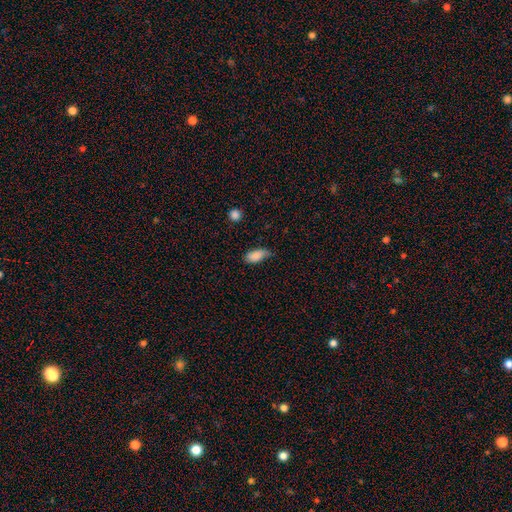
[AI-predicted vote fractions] Smooth or featured: smooth — 85% (star or artifact — 8%)
How rounded: in between — 91% (cigar-shaped — 6%)
Merging: none — 48% (minor disturbance — 39%)